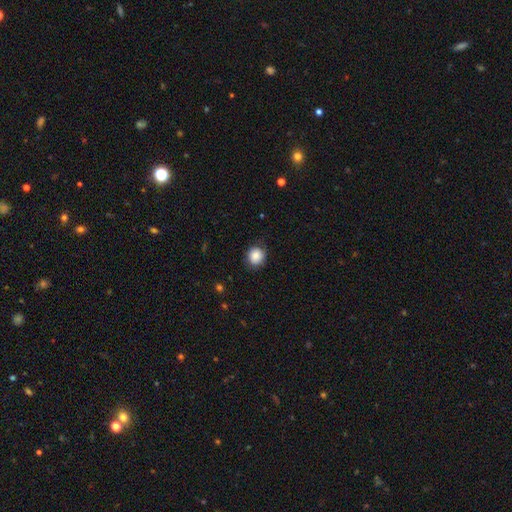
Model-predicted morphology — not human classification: A smooth galaxy with no disk features (84%) that is round (85%). Merging: none (80%).